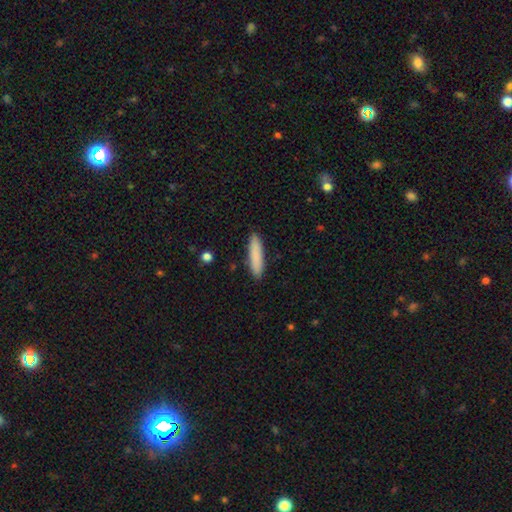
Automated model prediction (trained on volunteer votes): Smooth or featured? Predicted: smooth (p=0.86). How rounded? Predicted: cigar-shaped (p=0.83). Merging? Predicted: none (p=0.90).